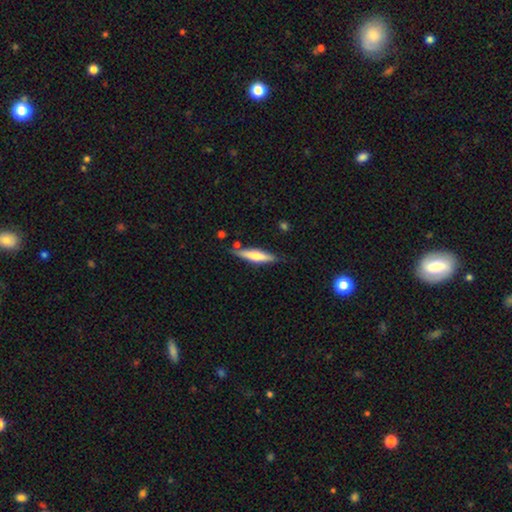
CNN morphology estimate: smooth 51%, featured or disk 44%, star or artifact 6%. Down the decision tree: how rounded — cigar-shaped (82%); merging — none (78%).